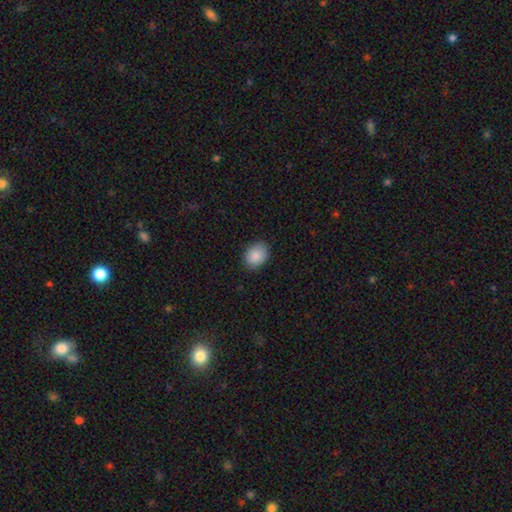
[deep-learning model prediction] Q: Smooth or featured?
A: smooth (88%); runner-up: star or artifact (8%)
Q: How rounded?
A: in between (60%); runner-up: round (39%)
Q: Merging?
A: none (86%); runner-up: minor disturbance (10%)